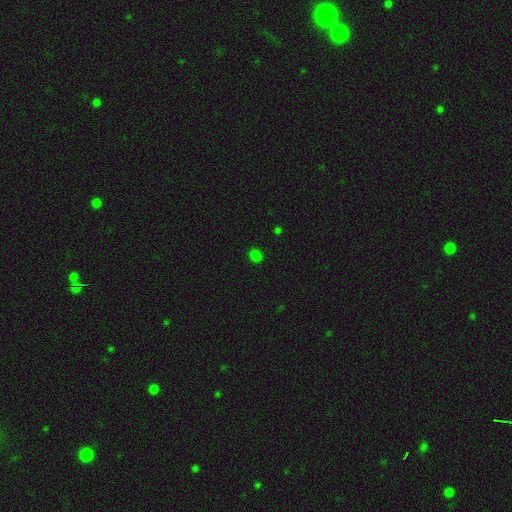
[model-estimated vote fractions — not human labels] The model was most divided on "smooth or featured": smooth: 78%, star or artifact: 19%, featured or disk: 3%. More confident: merging — none (90%); how rounded — round (86%).